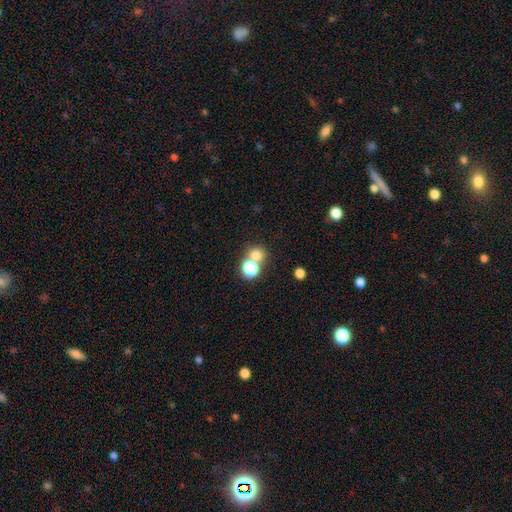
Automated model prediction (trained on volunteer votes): A smooth galaxy with no disk features (71%) that is round (81%). Merging: none (56%).